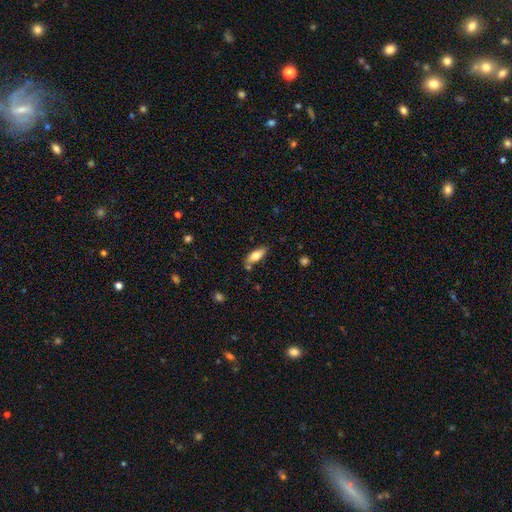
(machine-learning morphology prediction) smooth 66%, featured or disk 27%, star or artifact 6%. Down the decision tree: how rounded — in between (69%); merging — none (76%).